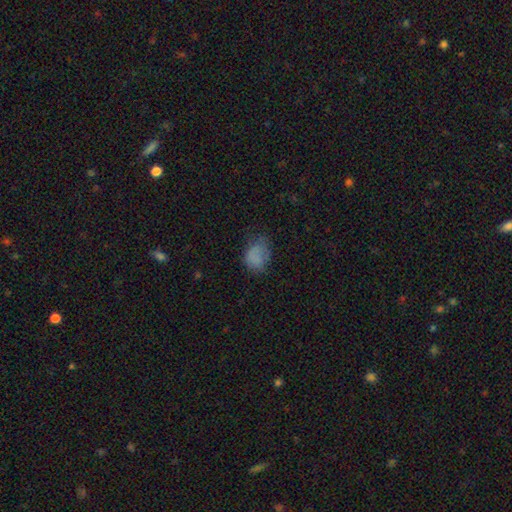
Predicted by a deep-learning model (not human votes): Morphology: type=smooth (76%); roundness=in between (66%); merging=none (46%).